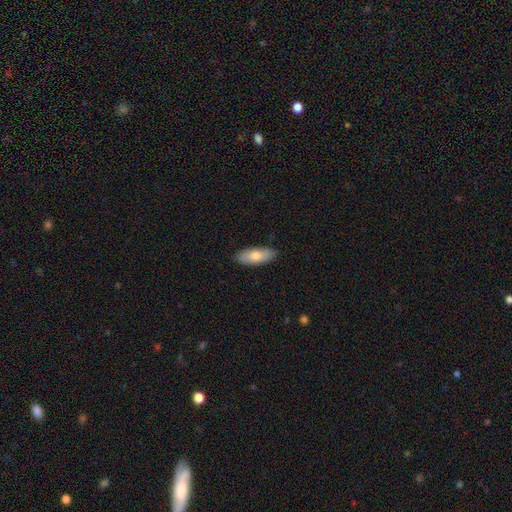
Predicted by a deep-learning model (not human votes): Smooth or featured? smooth (75%)
How rounded? in between (74%)
Merging? none (88%)